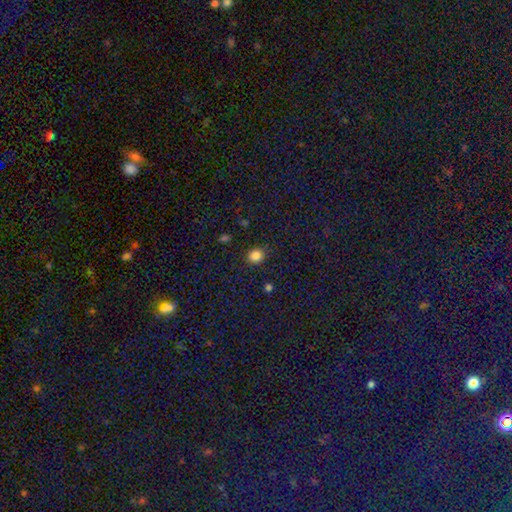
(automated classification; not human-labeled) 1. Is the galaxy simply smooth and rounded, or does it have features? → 85% smooth, 12% star or artifact, 3% featured or disk.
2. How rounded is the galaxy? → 82% round, 17% in between, 1% cigar-shaped.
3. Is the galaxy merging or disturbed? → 89% none, 7% minor disturbance, 2% major disturbance, 1% merger.